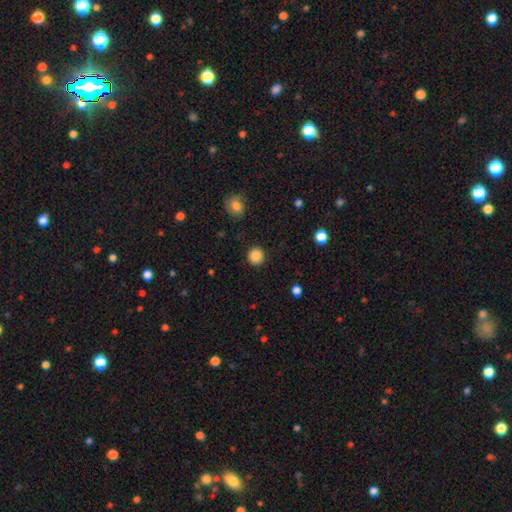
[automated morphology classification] This is clearly a smooth galaxy (87%). How rounded: clearly round (93%). Merging: clearly none (90%).